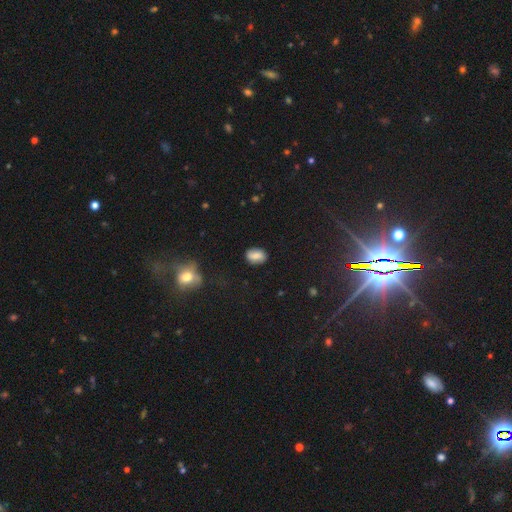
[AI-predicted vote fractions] smooth-or-featured: smooth: 70% | featured or disk: 20% | star or artifact: 10%
  how-rounded: in between: 79% | round: 19% | cigar-shaped: 2%
  merging: none: 83% | minor disturbance: 12% | major disturbance: 3% | merger: 2%